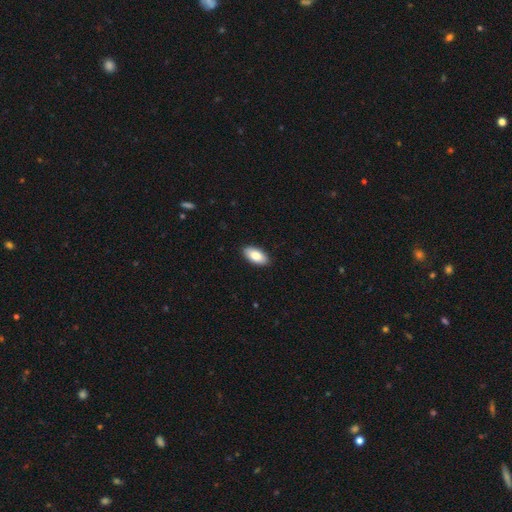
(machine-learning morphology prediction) Smooth or featured? smooth (86%)
How rounded? in between (93%)
Merging? none (90%)